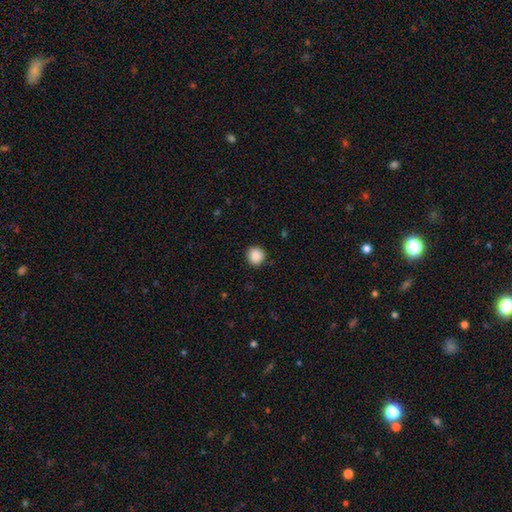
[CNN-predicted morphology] A smooth galaxy with no disk features (88%) that is round (92%). Merging: none (89%).